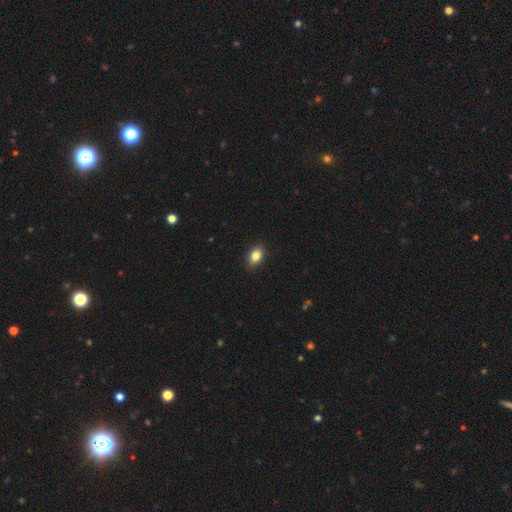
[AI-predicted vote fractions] Smooth or featured? smooth (85%)
How rounded? in between (81%)
Merging? none (88%)